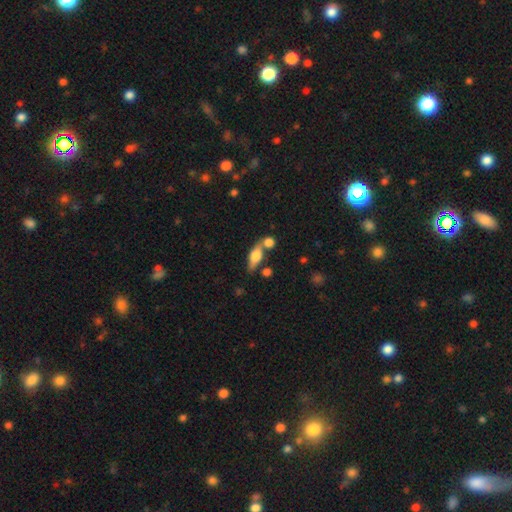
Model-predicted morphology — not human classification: A smooth galaxy with no disk features (50%) that is in between round and cigar-shaped (60%).

Vote fractions:
- Smooth or featured? smooth: 50% / featured or disk: 42% / star or artifact: 8%
- How rounded? in between: 60% / cigar-shaped: 33% / round: 7%
- Merging? none: 58% / merger: 22% / minor disturbance: 15% / major disturbance: 5%